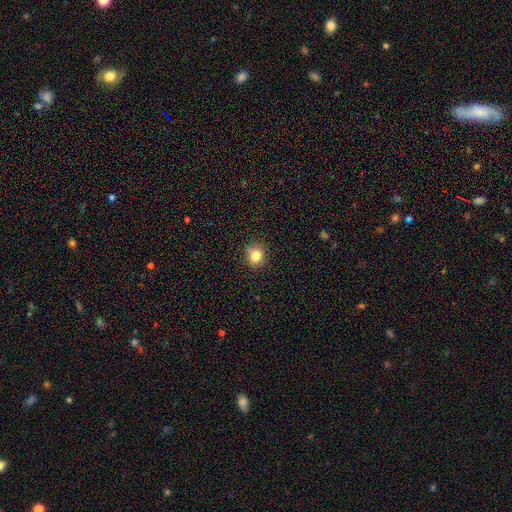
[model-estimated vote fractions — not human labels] Q: Smooth or featured?
A: smooth (82%); runner-up: star or artifact (11%)
Q: How rounded?
A: round (79%); runner-up: in between (21%)
Q: Merging?
A: none (85%); runner-up: minor disturbance (11%)